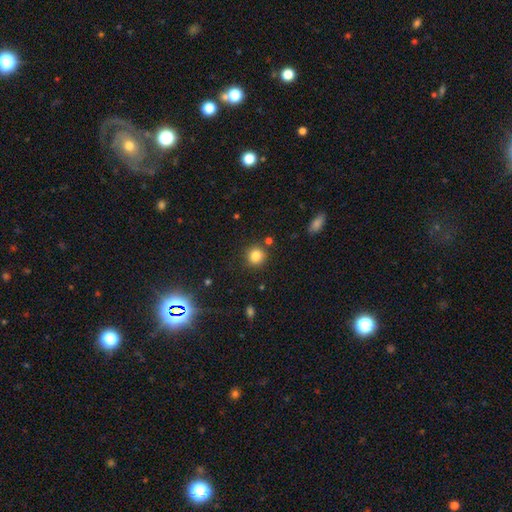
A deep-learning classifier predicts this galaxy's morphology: Smooth or featured: smooth — 82% (star or artifact — 12%)
How rounded: round — 91% (in between — 8%)
Merging: none — 85% (minor disturbance — 8%)